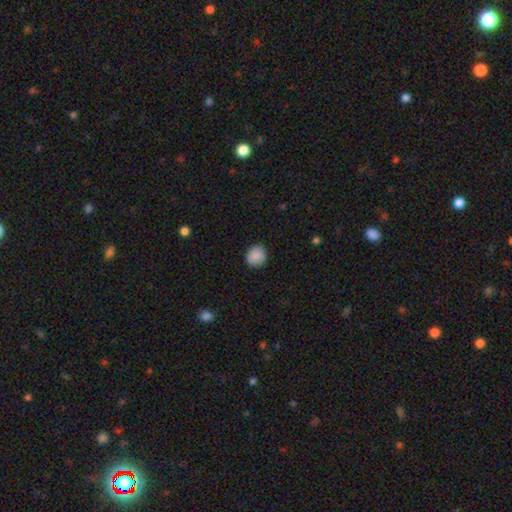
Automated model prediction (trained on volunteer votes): Smooth or featured? smooth (87%)
How rounded? round (82%)
Merging? none (86%)